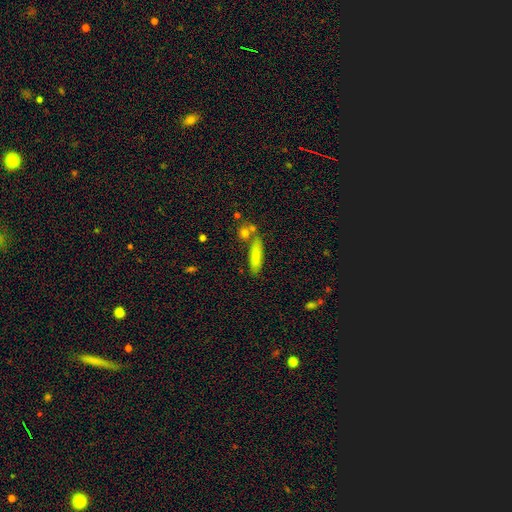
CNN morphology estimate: smooth_or_featured: smooth (p=0.81) [alt: featured or disk p=0.12]
how_rounded: cigar-shaped (p=0.70) [alt: in between p=0.28]
merging: none (p=0.72) [alt: minor disturbance p=0.13]